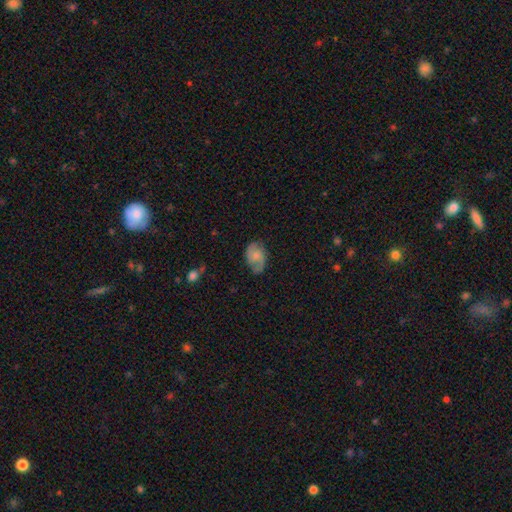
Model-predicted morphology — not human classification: featured or disk 62%, smooth 31%, star or artifact 7%. Down the decision tree: edge-on disk — no (97%); bar — no (59%); spiral arms — yes (91%); spiral arm count — 2 (85%); spiral winding — medium (49%); bulge size — small (39%); merging — none (72%).